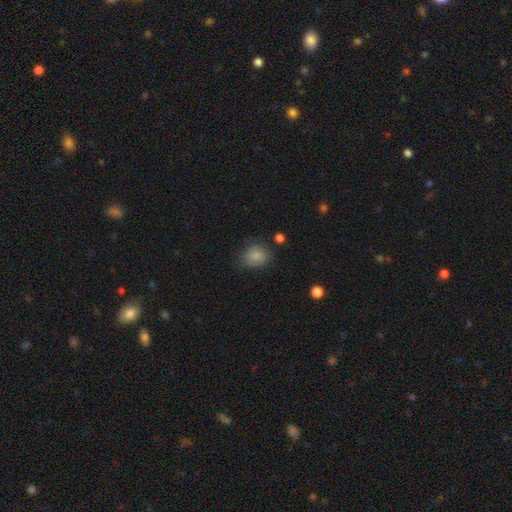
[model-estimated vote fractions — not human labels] smooth-or-featured: smooth: 84% | star or artifact: 9% | featured or disk: 7%
  how-rounded: round: 56% | in between: 43% | cigar-shaped: 1%
  merging: none: 66% | minor disturbance: 25% | major disturbance: 7% | merger: 3%